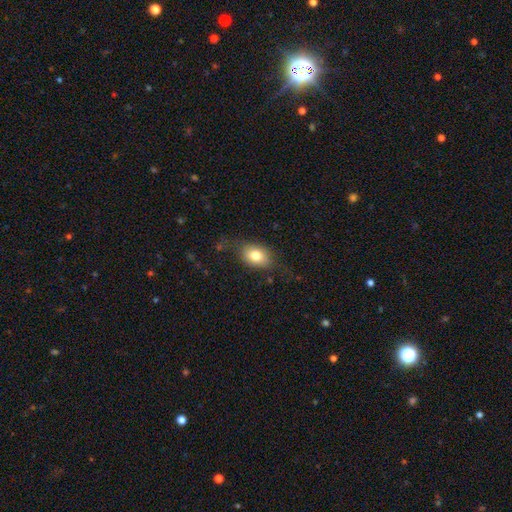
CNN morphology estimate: Smooth or featured: smooth — 77% (featured or disk — 14%)
How rounded: in between — 72% (round — 26%)
Merging: none — 67% (minor disturbance — 21%)